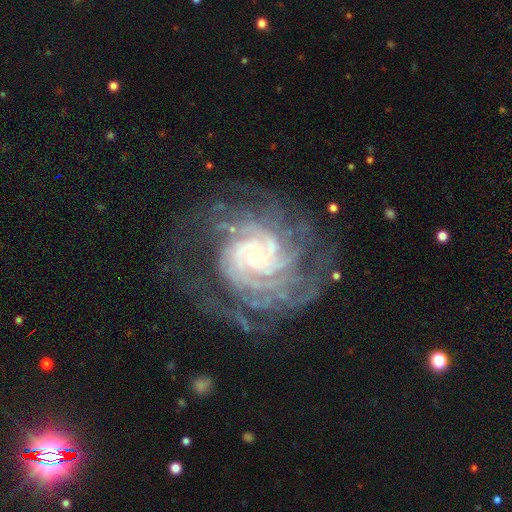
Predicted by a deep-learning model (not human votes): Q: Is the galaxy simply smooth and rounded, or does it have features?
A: featured or disk — 90%.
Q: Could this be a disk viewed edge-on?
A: no — 98%.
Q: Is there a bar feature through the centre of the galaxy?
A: no — 66%.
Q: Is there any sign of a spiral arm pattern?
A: yes — 98%.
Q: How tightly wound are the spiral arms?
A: tight — 73%.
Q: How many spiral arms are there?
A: can't tell — 25%.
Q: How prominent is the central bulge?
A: small — 55%.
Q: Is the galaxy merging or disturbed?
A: none — 65%.